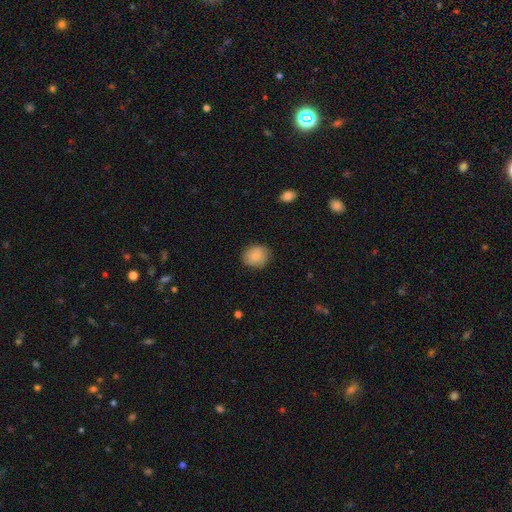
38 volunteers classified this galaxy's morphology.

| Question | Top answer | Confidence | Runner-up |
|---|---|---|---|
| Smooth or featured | smooth | 87% | featured or disk (8%) |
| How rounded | round | 79% | in between (21%) |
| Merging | none | 89% | minor disturbance (6%) |